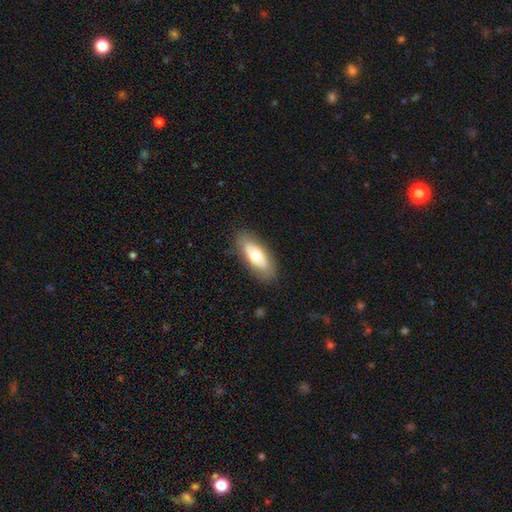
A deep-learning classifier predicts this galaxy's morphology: Smooth or featured? smooth (65%)
How rounded? in between (80%)
Merging? none (84%)